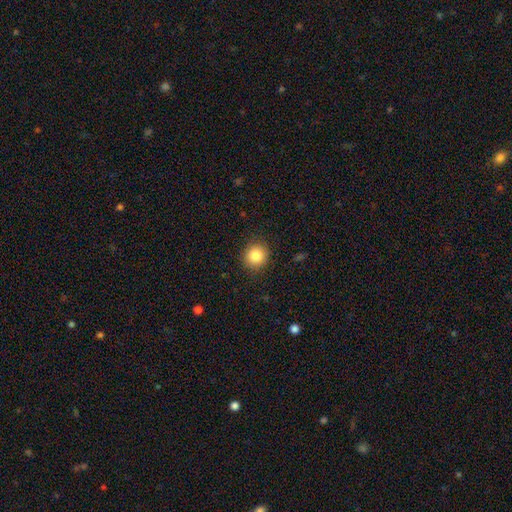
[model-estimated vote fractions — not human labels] Smooth or featured? Predicted: smooth (p=0.86). How rounded? Predicted: round (p=0.89). Merging? Predicted: none (p=0.90).